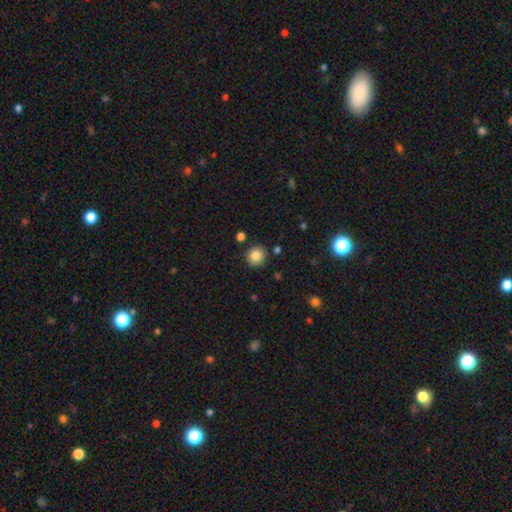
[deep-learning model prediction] This appears to be a smooth galaxy with no disk features (84%) that is round (92%). Merging: none (88%).